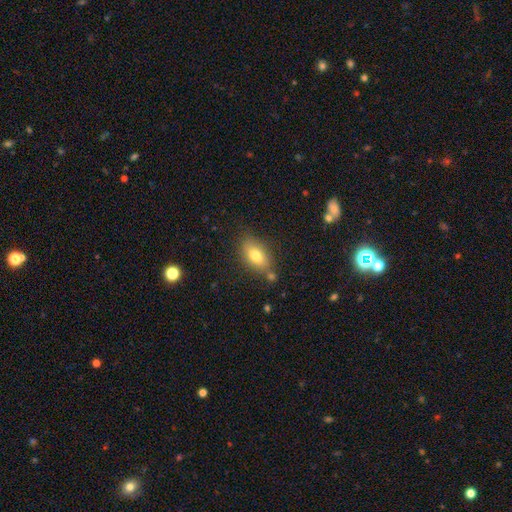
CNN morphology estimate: This is likely a smooth galaxy (76%). How rounded: clearly in between (85%). Merging: likely none (74%).